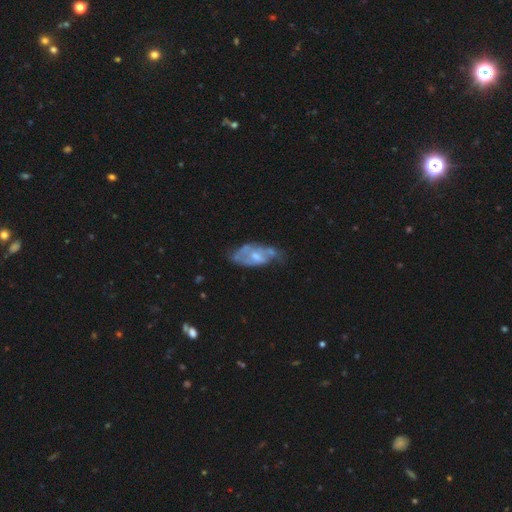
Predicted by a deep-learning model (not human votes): This appears to be a featured or disk galaxy (64%) with no bar (63%), spiral arms (50%, tied with no) and a moderate central bulge (43%). Merging: none (38%).